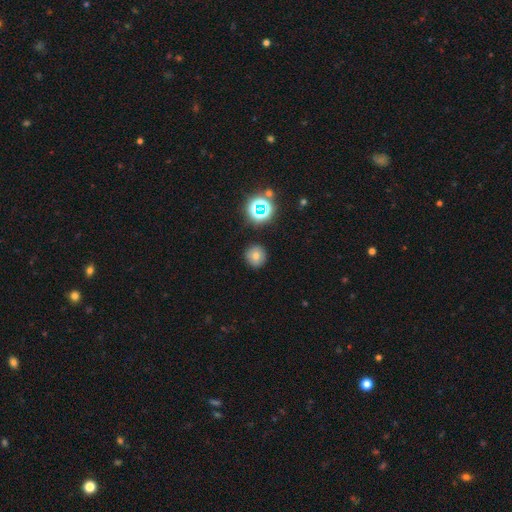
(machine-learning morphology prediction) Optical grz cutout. It shows a smooth galaxy with no disk features (71%) that is round (93%). Merging: none (89%).